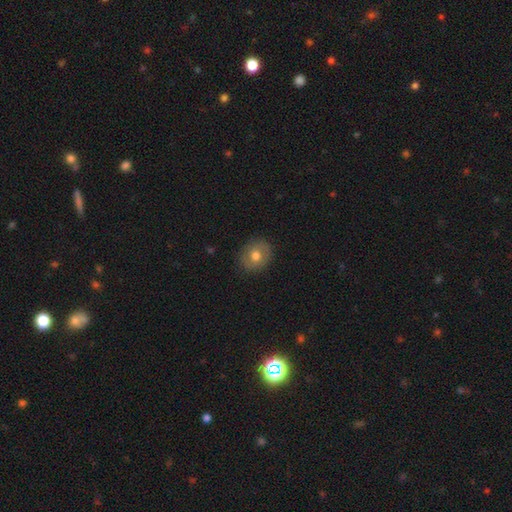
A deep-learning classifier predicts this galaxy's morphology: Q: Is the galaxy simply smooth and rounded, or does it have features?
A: smooth — 66%.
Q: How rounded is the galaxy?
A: round — 72%.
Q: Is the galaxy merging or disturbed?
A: none — 87%.